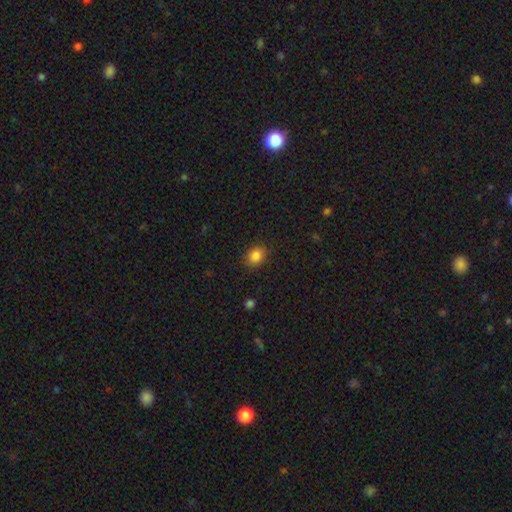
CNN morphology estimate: smooth-or-featured: smooth: 85% | star or artifact: 10% | featured or disk: 4%
  how-rounded: in between: 52% | round: 47% | cigar-shaped: 1%
  merging: none: 86% | minor disturbance: 10% | major disturbance: 3% | merger: 1%